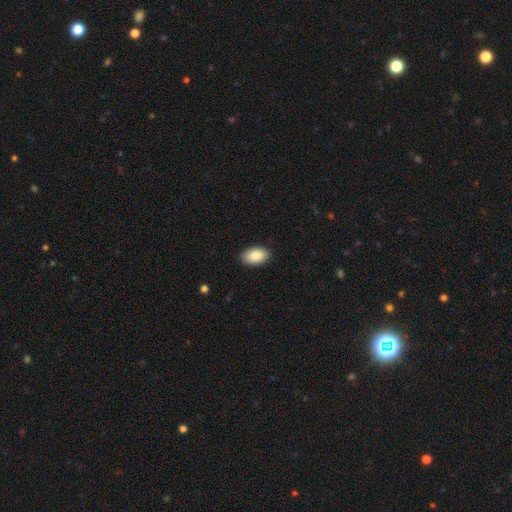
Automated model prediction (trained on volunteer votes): Morphology: type=smooth (87%); roundness=in between (94%); merging=none (89%).